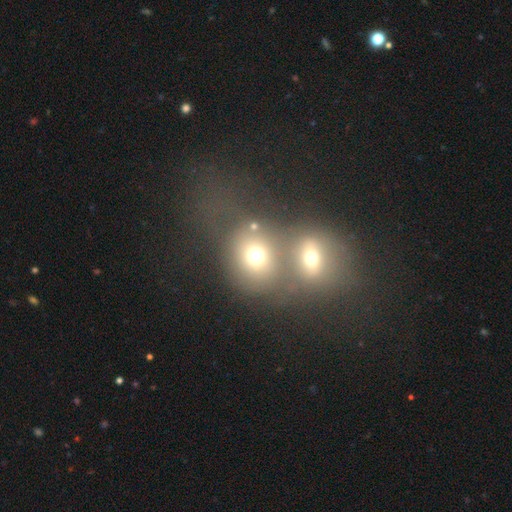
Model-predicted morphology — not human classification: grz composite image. It shows a smooth galaxy with no disk features (70%) that is round (71%). Merging: merger (50%).